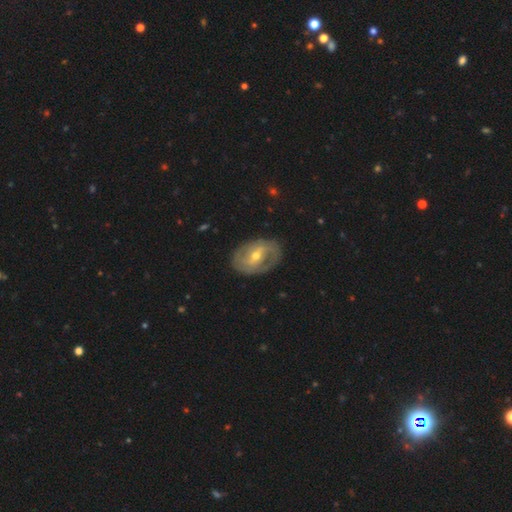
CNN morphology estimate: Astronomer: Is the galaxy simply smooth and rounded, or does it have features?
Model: featured or disk — 74%.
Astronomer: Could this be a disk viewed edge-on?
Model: no — 95%.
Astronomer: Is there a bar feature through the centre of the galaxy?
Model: weak — 46% (runner-up: strong, 29%).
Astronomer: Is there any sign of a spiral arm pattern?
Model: yes — 74%.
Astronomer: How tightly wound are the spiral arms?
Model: tight — 45% (runner-up: medium, 37%).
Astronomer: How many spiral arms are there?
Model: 2 — 62%.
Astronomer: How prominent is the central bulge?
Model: moderate — 54% (runner-up: small, 42%).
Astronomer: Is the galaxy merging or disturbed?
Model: none — 77%.